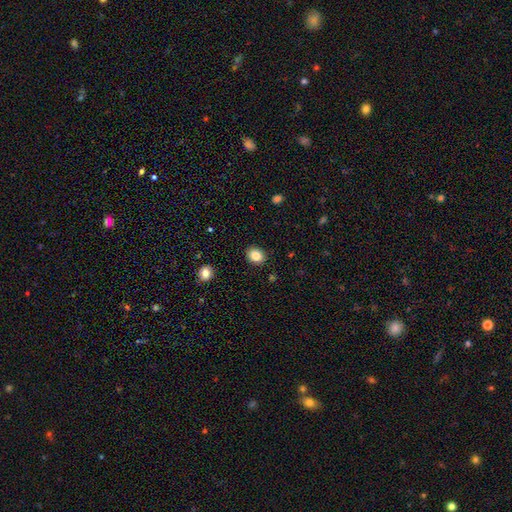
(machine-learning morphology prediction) smooth-or-featured: smooth: 84% | star or artifact: 10% | featured or disk: 6%
  how-rounded: in between: 51% | round: 48% | cigar-shaped: 1%
  merging: none: 90% | minor disturbance: 7% | major disturbance: 2% | merger: 1%